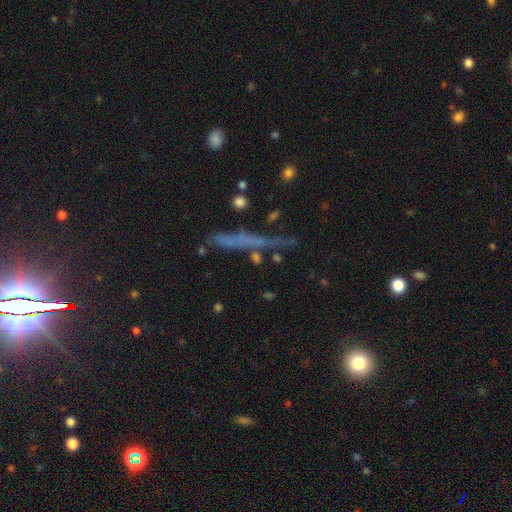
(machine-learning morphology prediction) smooth 43%, featured or disk 39%, star or artifact 18%. Down the decision tree: merging — none (68%).